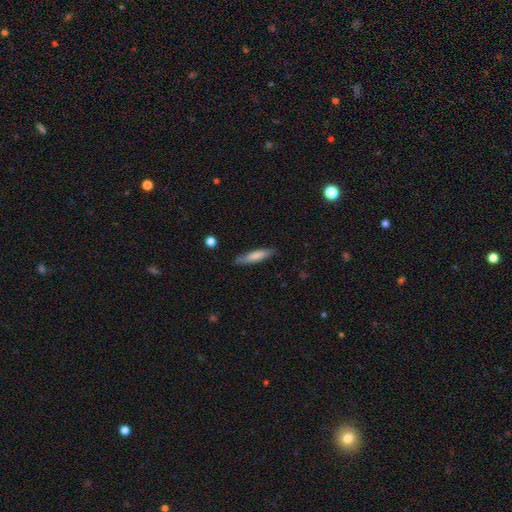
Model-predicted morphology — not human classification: Overall: smooth (71%). How rounded: cigar-shaped (80%). Merging: none (78%).